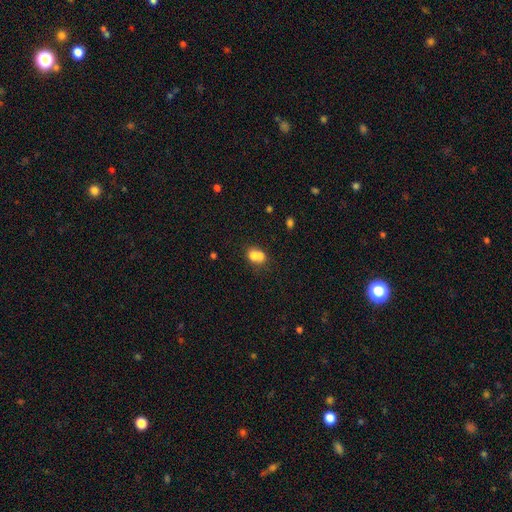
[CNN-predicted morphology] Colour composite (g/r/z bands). It shows a smooth galaxy with no disk features (71%) that is round (51%). Merging: merger (60%).